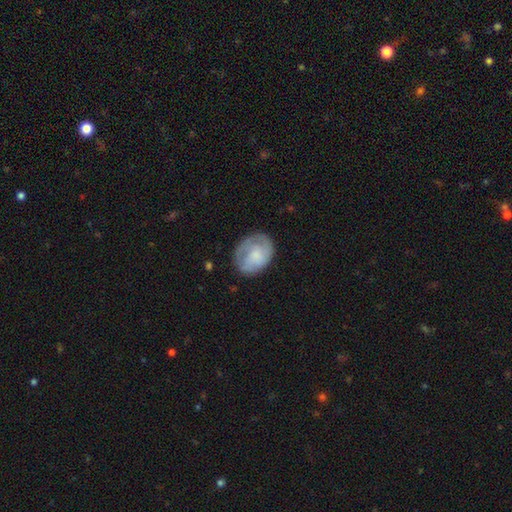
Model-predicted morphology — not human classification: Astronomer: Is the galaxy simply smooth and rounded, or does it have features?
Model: smooth — 54% (runner-up: featured or disk, 39%).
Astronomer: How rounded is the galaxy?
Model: in between — 60% (runner-up: round, 39%).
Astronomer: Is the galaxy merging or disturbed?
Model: none — 64%.